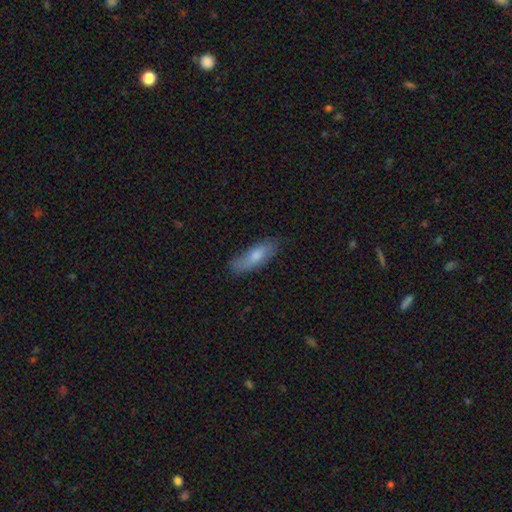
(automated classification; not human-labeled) Smooth or featured? Predicted: smooth (p=0.69). How rounded? Predicted: in between (p=0.55). Merging? Predicted: none (p=0.75).